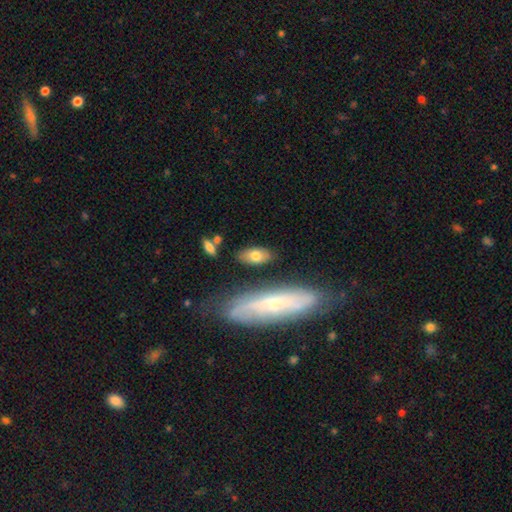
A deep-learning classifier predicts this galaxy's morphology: Smooth or featured? smooth (71%)
How rounded? in between (85%)
Merging? none (77%)